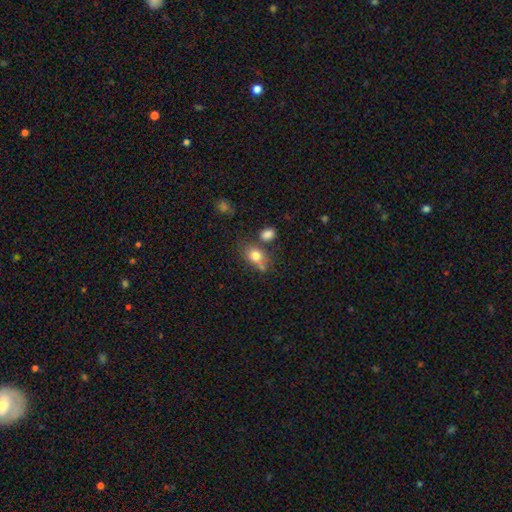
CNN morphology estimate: Overall: smooth (76%). How rounded: in between (66%; round 32%). Merging: none (45%; merger 25%).